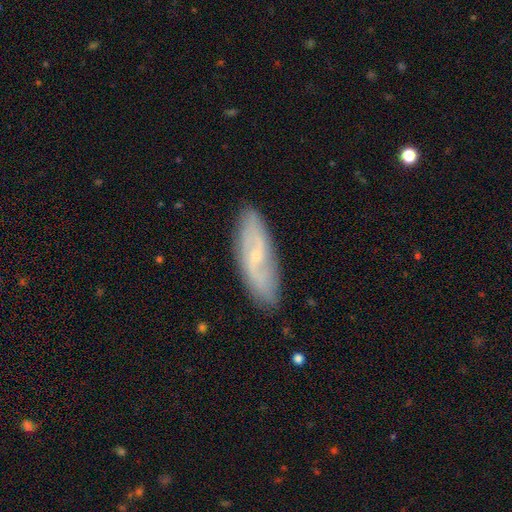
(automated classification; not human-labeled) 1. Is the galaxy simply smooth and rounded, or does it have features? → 68% featured or disk, 25% smooth, 7% star or artifact.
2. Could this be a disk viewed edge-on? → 82% no, 18% yes.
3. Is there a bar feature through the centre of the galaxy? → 46% weak, 39% no, 15% strong.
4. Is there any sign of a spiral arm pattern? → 84% yes, 16% no.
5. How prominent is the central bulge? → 79% small, 16% moderate, 3% none, 1% large, 1% dominant.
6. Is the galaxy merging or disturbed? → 84% none, 12% minor disturbance, 3% major disturbance, 1% merger.